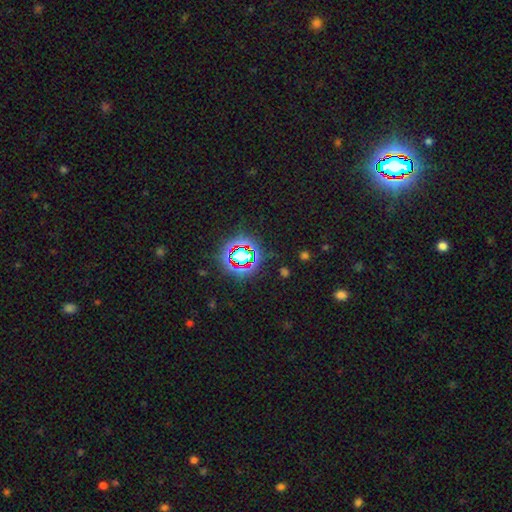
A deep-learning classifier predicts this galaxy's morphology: smooth_or_featured: star or artifact (p=0.80) [alt: smooth p=0.12]